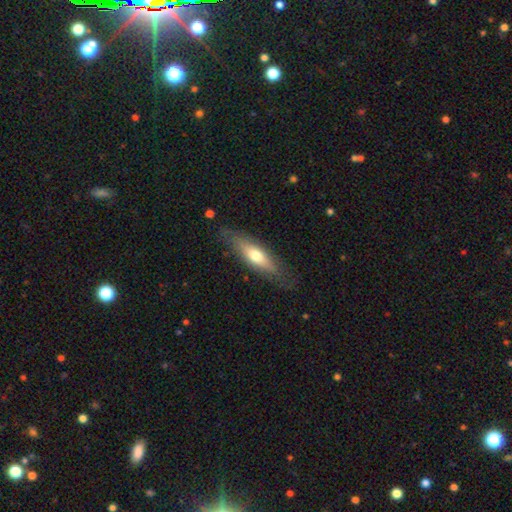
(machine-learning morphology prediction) Smooth or featured? Predicted: smooth (p=0.55). How rounded? Predicted: cigar-shaped (p=0.54). Merging? Predicted: none (p=0.77).